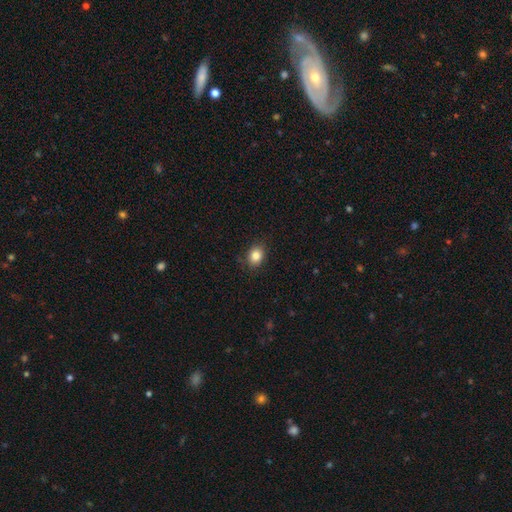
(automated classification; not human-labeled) Smooth or featured?
  - smooth: 84% *
  - star or artifact: 10%
  - featured or disk: 6%
How rounded?
  - in between: 53% *
  - round: 46%
  - cigar-shaped: 1%
Merging?
  - none: 86% *
  - minor disturbance: 11%
  - major disturbance: 2%
  - merger: 1%